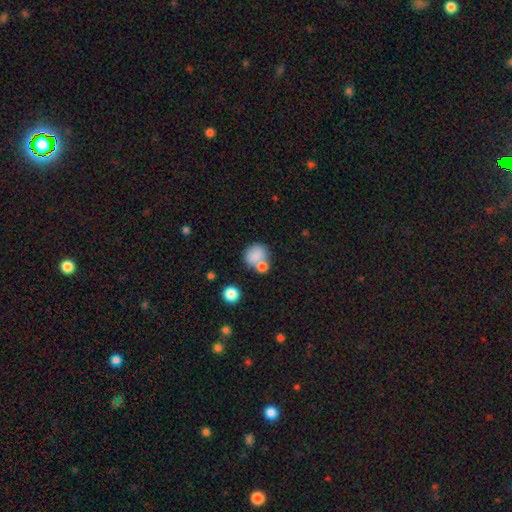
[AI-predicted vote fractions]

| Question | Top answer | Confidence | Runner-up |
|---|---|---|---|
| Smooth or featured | smooth | 81% | star or artifact (10%) |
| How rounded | round | 74% | in between (25%) |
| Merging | none | 52% | merger (29%) |